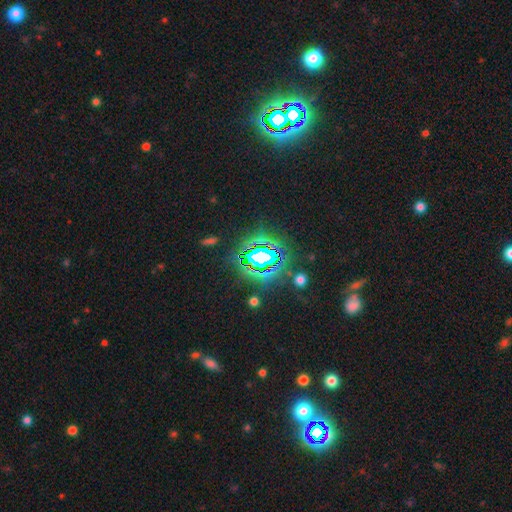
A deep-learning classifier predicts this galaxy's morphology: smooth_or_featured: star or artifact (p=0.82) [alt: smooth p=0.10]